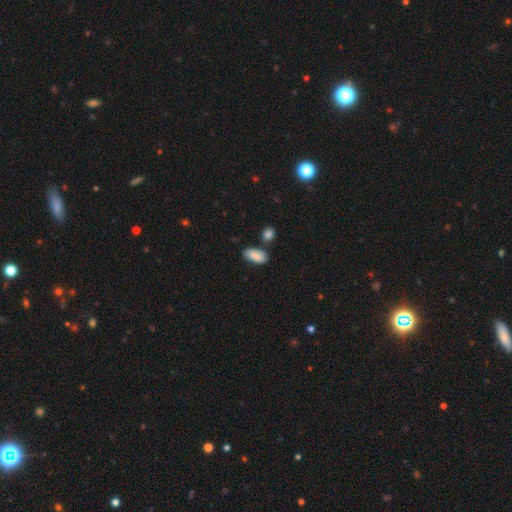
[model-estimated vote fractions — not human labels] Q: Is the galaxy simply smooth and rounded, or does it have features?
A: smooth — 88%.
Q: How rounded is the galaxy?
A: in between — 92%.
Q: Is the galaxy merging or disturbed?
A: none — 71%.